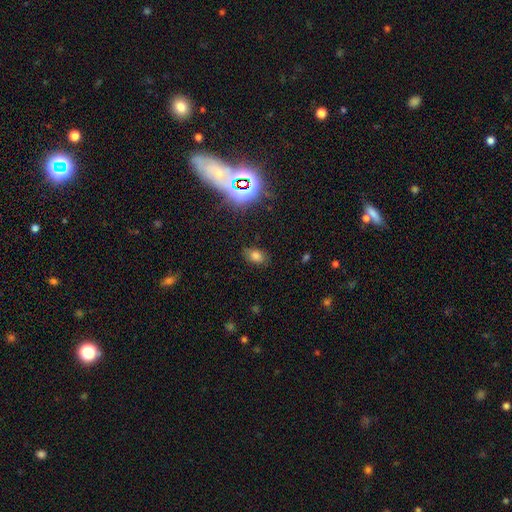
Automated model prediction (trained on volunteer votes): Smooth or featured: smooth — 70% (star or artifact — 20%)
How rounded: in between — 85% (round — 13%)
Merging: none — 80% (minor disturbance — 14%)